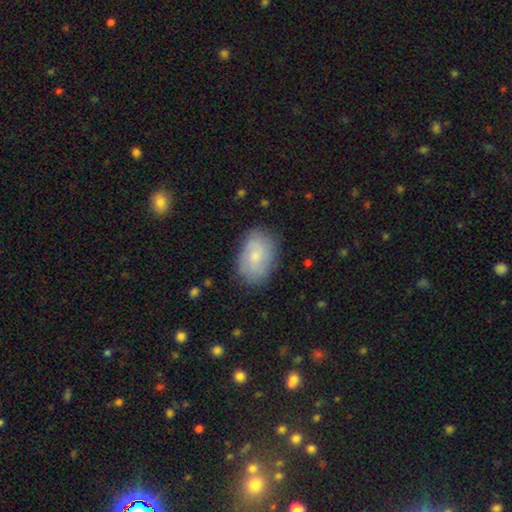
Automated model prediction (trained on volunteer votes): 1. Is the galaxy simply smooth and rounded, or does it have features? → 70% smooth, 23% featured or disk, 7% star or artifact.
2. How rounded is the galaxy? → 88% in between, 11% round, 1% cigar-shaped.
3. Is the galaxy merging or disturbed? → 80% none, 15% minor disturbance, 4% major disturbance, 1% merger.